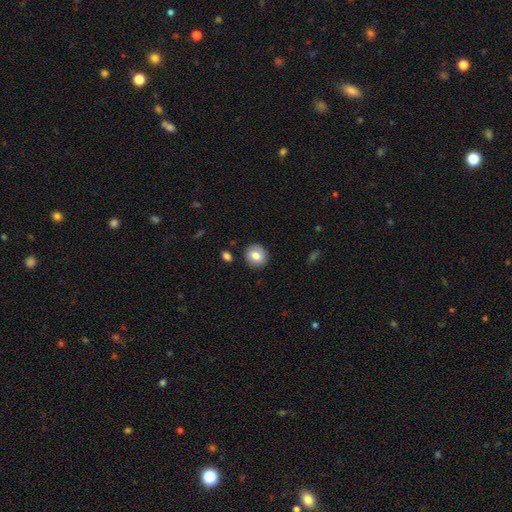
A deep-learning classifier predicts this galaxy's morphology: A smooth galaxy with no disk features (78%) that is round (82%). Merging: none (88%).